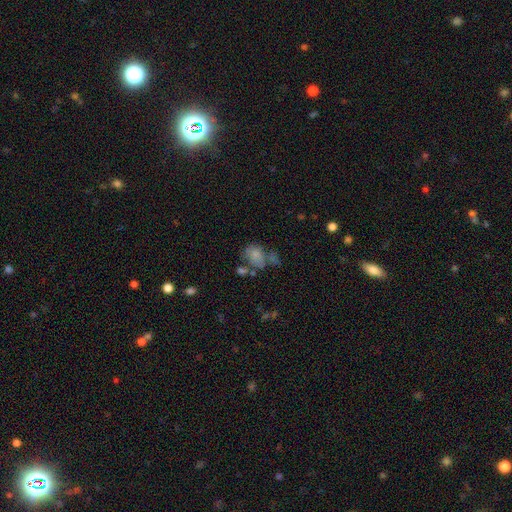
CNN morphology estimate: The model was most divided on "merging": none: 34%, merger: 29%, minor disturbance: 20%, major disturbance: 17%. More confident: smooth or featured — smooth (70%); how rounded — in between (64%).